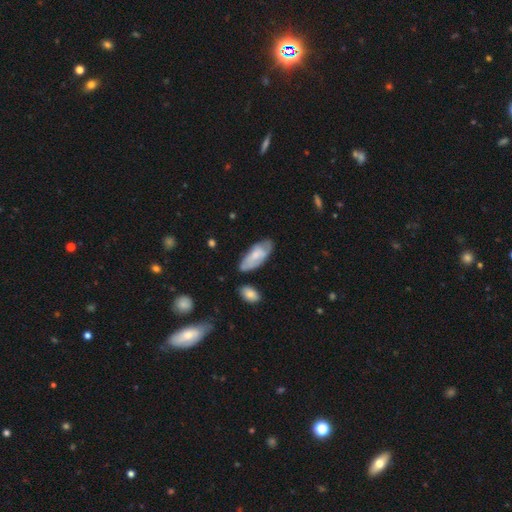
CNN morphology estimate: This is possibly a smooth galaxy (58%). How rounded: clearly in between (84%). Merging: possibly none (59%).